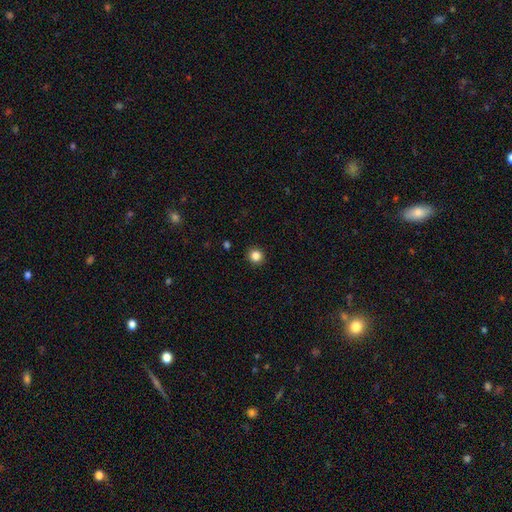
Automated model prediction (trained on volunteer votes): Q: Smooth or featured?
A: smooth (85%); runner-up: star or artifact (11%)
Q: How rounded?
A: round (93%); runner-up: in between (6%)
Q: Merging?
A: none (92%); runner-up: minor disturbance (5%)